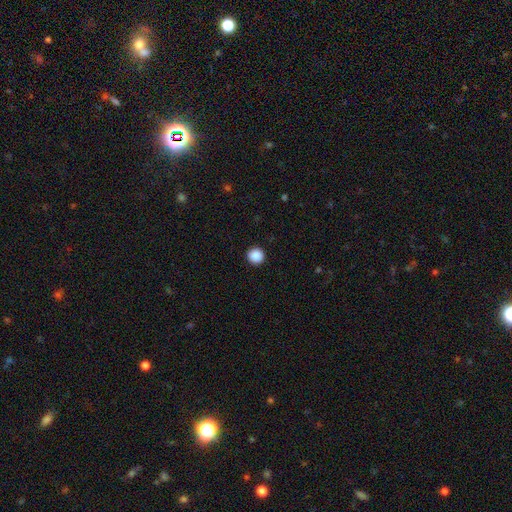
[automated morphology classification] This is clearly a smooth galaxy (89%). How rounded: clearly round (96%). Merging: clearly none (93%).